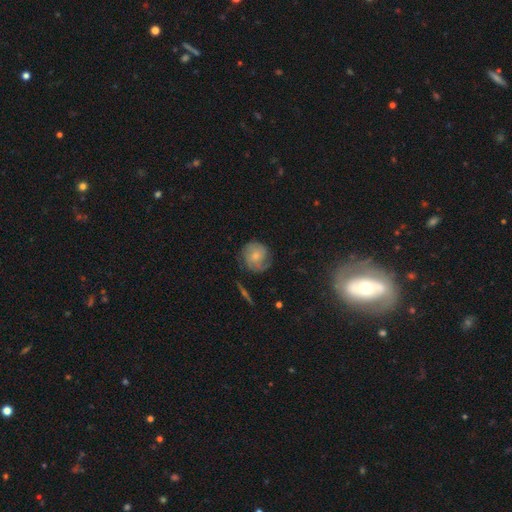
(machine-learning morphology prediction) smooth_or_featured: featured or disk (p=0.49) [alt: smooth p=0.43]
merging: none (p=0.66) [alt: minor disturbance p=0.23]